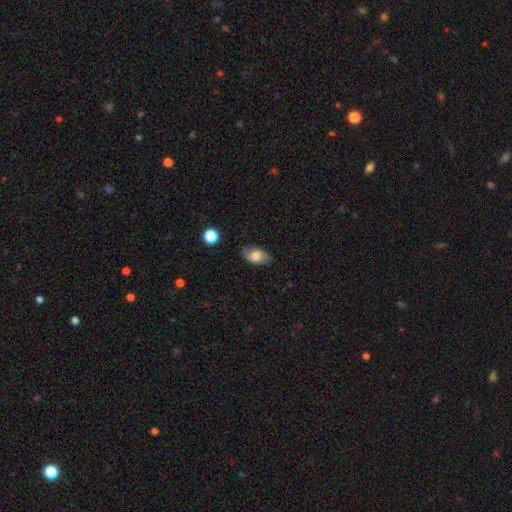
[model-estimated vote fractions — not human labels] The model was most divided on "smooth or featured": smooth: 63%, featured or disk: 28%, star or artifact: 8%. More confident: how rounded — in between (89%); merging — none (76%).